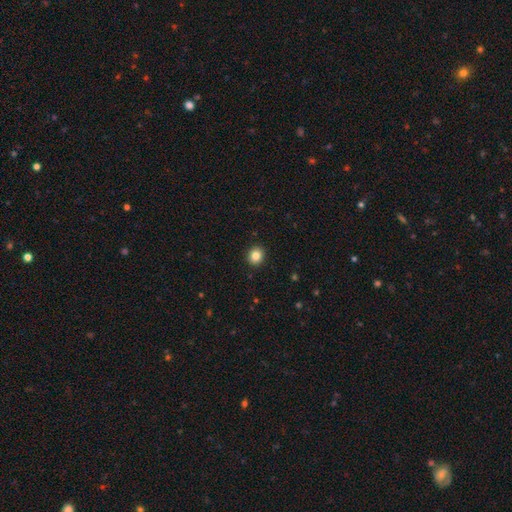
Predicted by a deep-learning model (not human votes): Smooth or featured?
  - smooth: 84% *
  - star or artifact: 10%
  - featured or disk: 5%
How rounded?
  - round: 79% *
  - in between: 20%
  - cigar-shaped: 1%
Merging?
  - none: 92% *
  - minor disturbance: 5%
  - major disturbance: 2%
  - merger: 1%